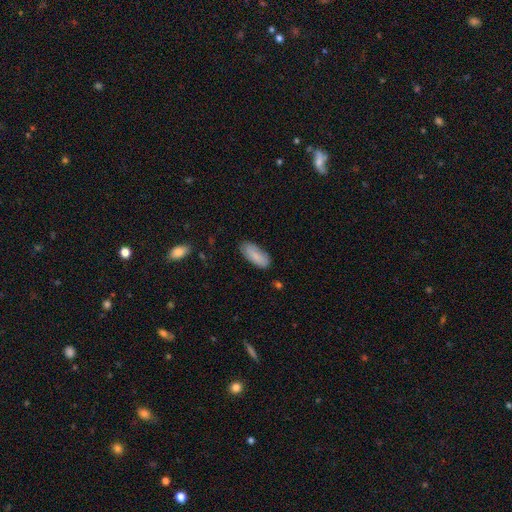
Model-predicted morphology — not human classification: Smooth or featured? Predicted: smooth (p=0.84). How rounded? Predicted: in between (p=0.82). Merging? Predicted: none (p=0.79).